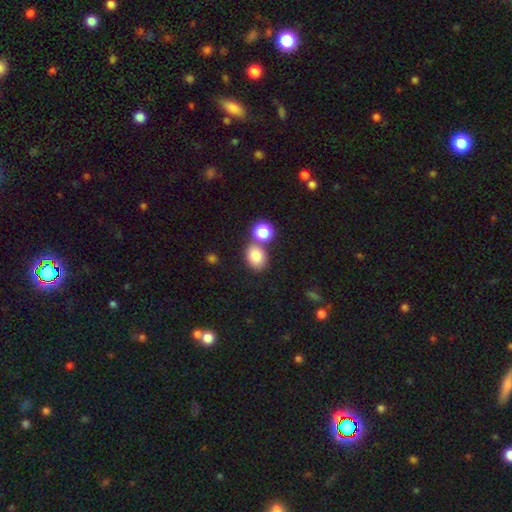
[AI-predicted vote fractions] A smooth galaxy with no disk features (82%) that is in between round and cigar-shaped (57%).

Vote fractions:
- Smooth or featured? smooth: 82% / star or artifact: 10% / featured or disk: 8%
- How rounded? in between: 57% / round: 42% / cigar-shaped: 1%
- Merging? none: 54% / merger: 32% / minor disturbance: 11% / major disturbance: 4%